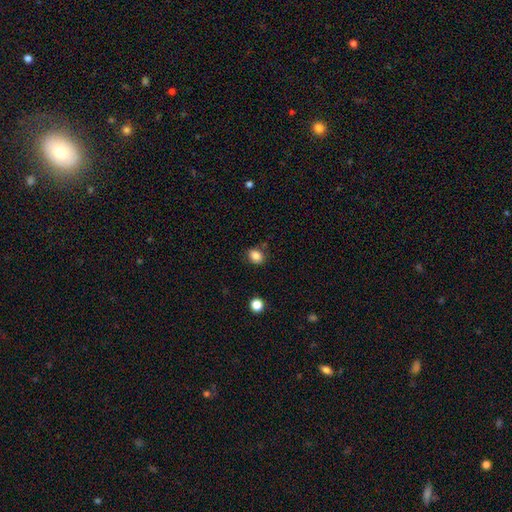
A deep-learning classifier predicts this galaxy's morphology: Smooth or featured: smooth — 86% (star or artifact — 10%)
How rounded: in between — 53% (round — 46%)
Merging: none — 79% (minor disturbance — 14%)